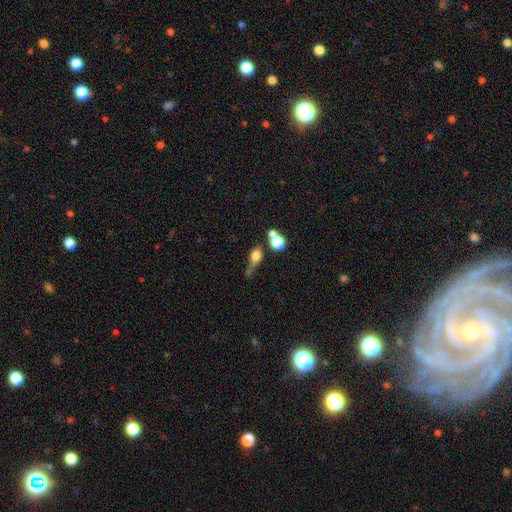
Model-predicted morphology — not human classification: Smooth or featured? Predicted: smooth (p=0.66). How rounded? Predicted: round (p=0.54). Merging? Predicted: none (p=0.35).